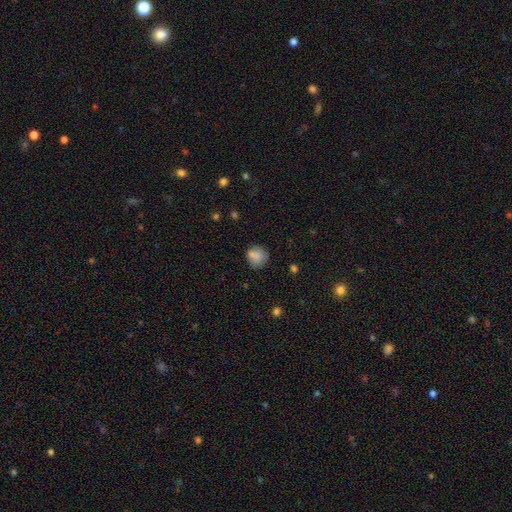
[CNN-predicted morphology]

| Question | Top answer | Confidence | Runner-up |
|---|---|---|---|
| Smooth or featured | smooth | 80% | featured or disk (10%) |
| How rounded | round | 82% | in between (17%) |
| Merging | none | 64% | minor disturbance (20%) |